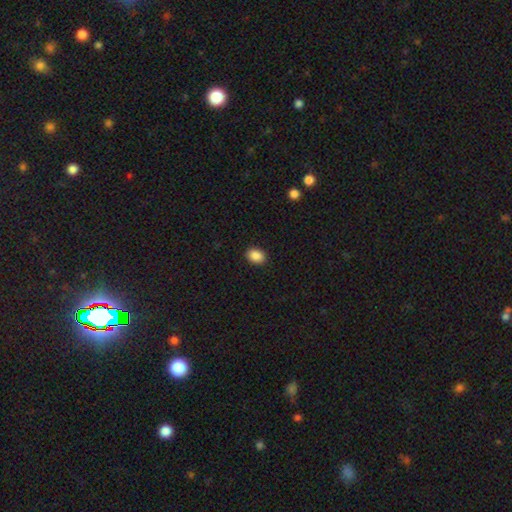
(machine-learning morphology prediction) smooth 89%, star or artifact 8%, featured or disk 3%. Down the decision tree: how rounded — in between (67%); merging — none (90%).